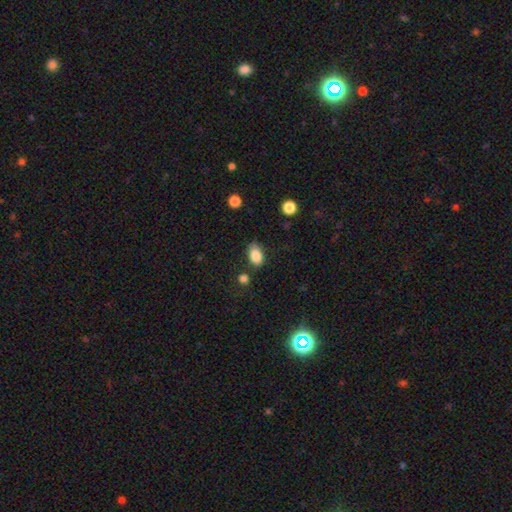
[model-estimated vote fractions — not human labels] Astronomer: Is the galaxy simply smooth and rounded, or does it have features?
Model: smooth — 86%.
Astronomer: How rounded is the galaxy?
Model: in between — 88%.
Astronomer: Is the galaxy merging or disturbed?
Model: none — 71%.